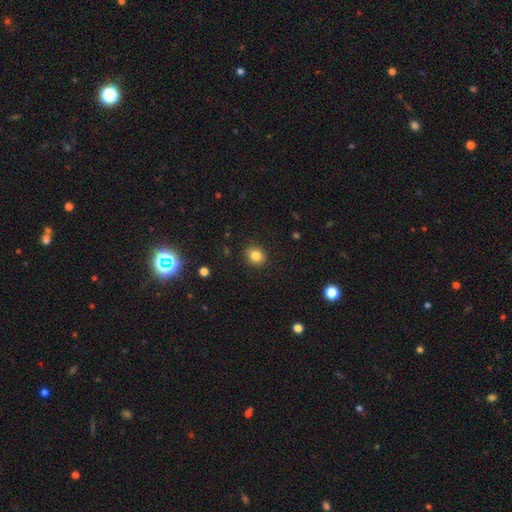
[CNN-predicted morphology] smooth 83%, star or artifact 11%, featured or disk 6%. Down the decision tree: how rounded — round (67%); merging — none (89%).